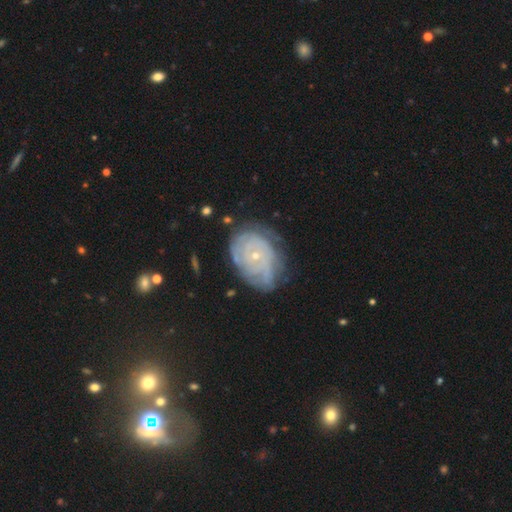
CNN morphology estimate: Q: Smooth or featured?
A: featured or disk (79%); runner-up: smooth (14%)
Q: Edge-on disk?
A: no (97%); runner-up: yes (3%)
Q: Bar?
A: no (82%); runner-up: weak (15%)
Q: Spiral arms?
A: yes (89%); runner-up: no (11%)
Q: Spiral winding?
A: tight (77%); runner-up: medium (17%)
Q: Spiral arm count?
A: can't tell (48%); runner-up: 2 (15%)
Q: Bulge size?
A: small (79%); runner-up: moderate (17%)
Q: Merging?
A: none (64%); runner-up: minor disturbance (24%)